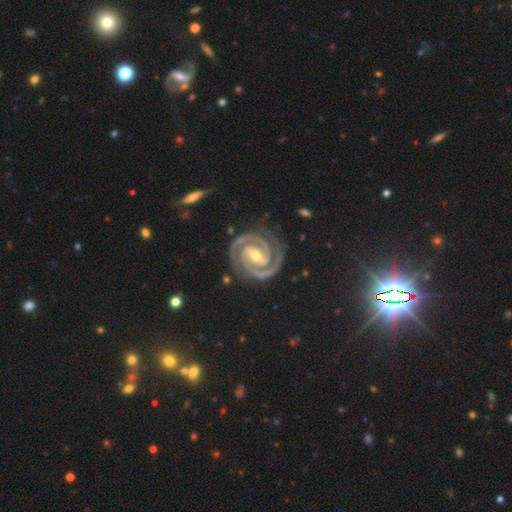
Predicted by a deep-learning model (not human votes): Q: Smooth or featured?
A: featured or disk (94%); runner-up: star or artifact (4%)
Q: Edge-on disk?
A: no (98%); runner-up: yes (2%)
Q: Bar?
A: strong (38%); runner-up: weak (36%)
Q: Spiral arms?
A: yes (99%); runner-up: no (1%)
Q: Spiral winding?
A: tight (81%); runner-up: medium (17%)
Q: Spiral arm count?
A: 2 (92%); runner-up: 3 (4%)
Q: Bulge size?
A: moderate (64%); runner-up: small (32%)
Q: Merging?
A: none (83%); runner-up: minor disturbance (12%)